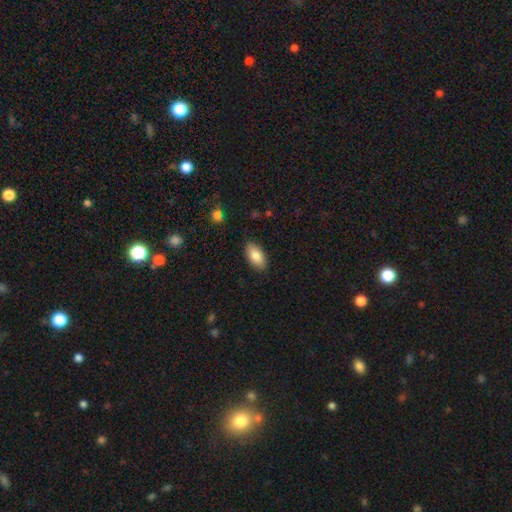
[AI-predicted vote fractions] Morphology: type=smooth (85%); roundness=in between (94%); merging=none (88%).